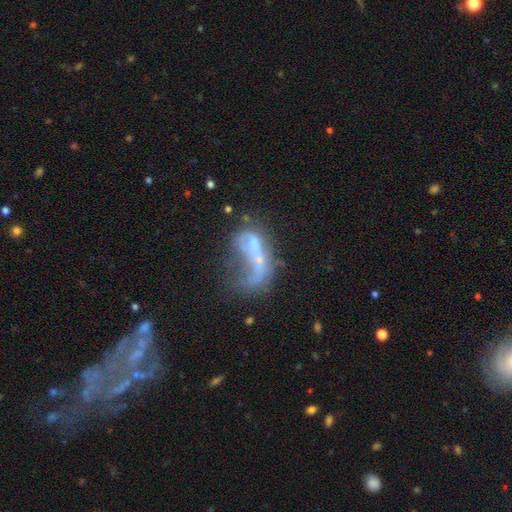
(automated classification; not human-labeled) The model was most divided on "smooth or featured": featured or disk: 53%, smooth: 32%, star or artifact: 15%. Remaining: edge-on disk — no (91%); merging — major disturbance (46%).